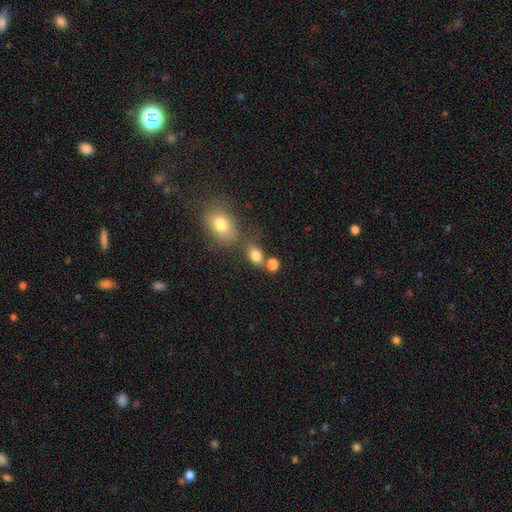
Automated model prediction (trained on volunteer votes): This appears to be a smooth galaxy with no disk features (80%) that is in between round and cigar-shaped (73%). Merging: none (55%).